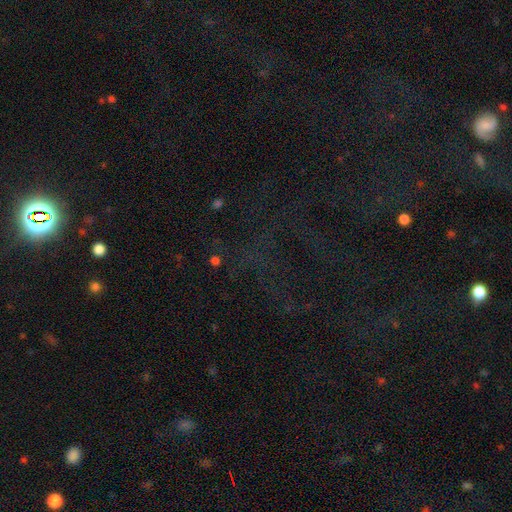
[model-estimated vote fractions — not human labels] smooth-or-featured: star or artifact: 75% | smooth: 15% | featured or disk: 10%